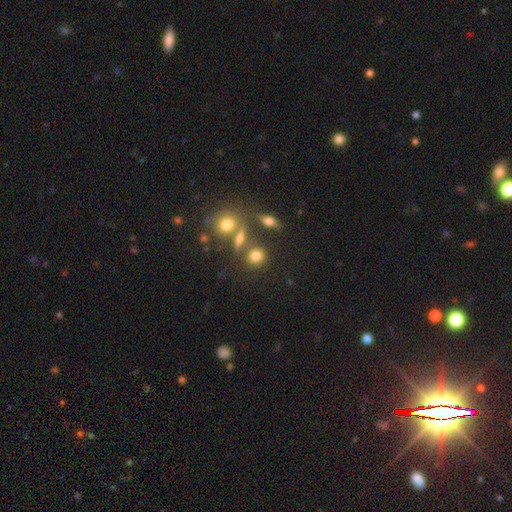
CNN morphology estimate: smooth 75%, star or artifact 14%, featured or disk 11%. Down the decision tree: how rounded — round (74%); merging — none (65%).